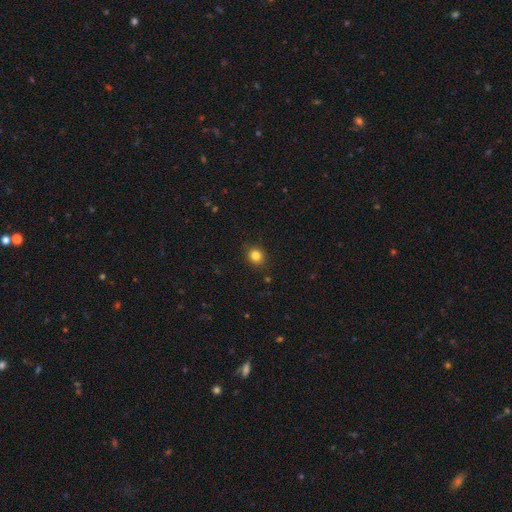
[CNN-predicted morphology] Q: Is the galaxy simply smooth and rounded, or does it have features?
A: smooth — 83%.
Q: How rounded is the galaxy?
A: round — 78%.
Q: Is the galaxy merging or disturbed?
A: none — 88%.